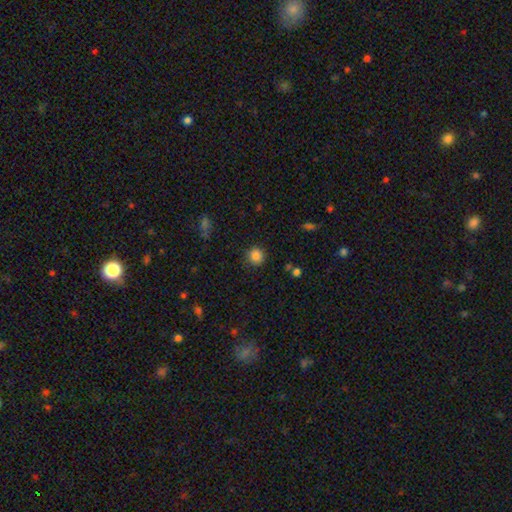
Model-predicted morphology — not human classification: A smooth galaxy with no disk features (85%) that is round (92%). Merging: none (88%).